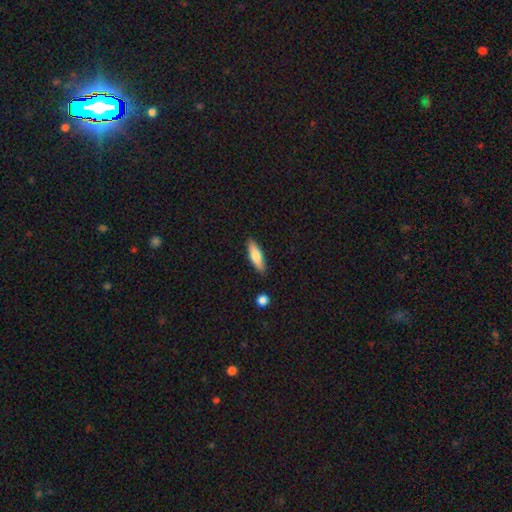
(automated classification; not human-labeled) A smooth galaxy with no disk features (76%) that is cigar-shaped (55%). Merging: none (86%).